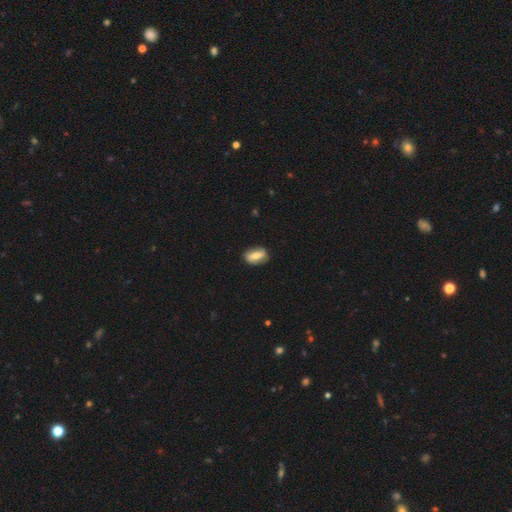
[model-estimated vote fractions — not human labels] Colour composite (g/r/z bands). It shows a smooth galaxy with no disk features (62%) that is in between round and cigar-shaped (83%). Merging: none (82%).